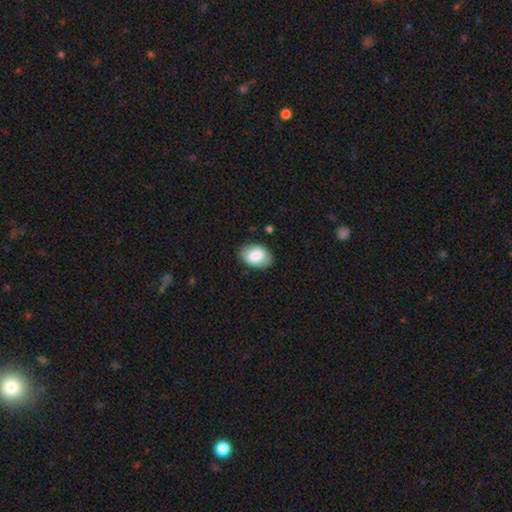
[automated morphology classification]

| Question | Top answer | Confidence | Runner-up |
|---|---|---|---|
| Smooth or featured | smooth | 72% | featured or disk (21%) |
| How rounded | in between | 86% | round (12%) |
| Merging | none | 80% | minor disturbance (15%) |